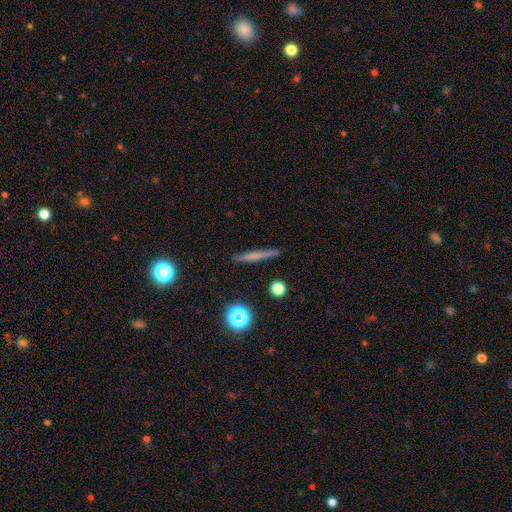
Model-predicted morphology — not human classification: smooth 53%, featured or disk 37%, star or artifact 10%. Down the decision tree: how rounded — cigar-shaped (90%); merging — none (90%).